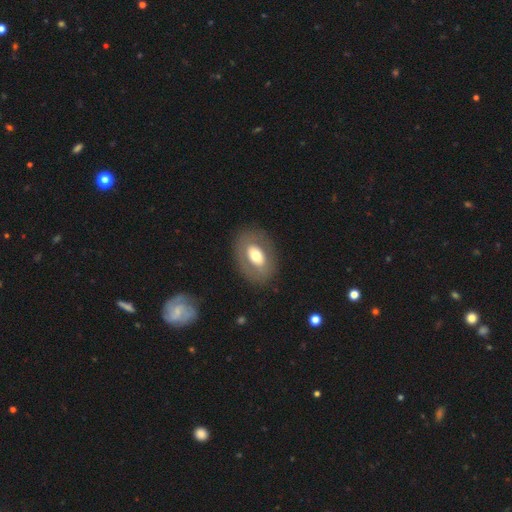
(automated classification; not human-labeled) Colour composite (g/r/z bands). It shows a smooth galaxy with no disk features (53%) that is in between round and cigar-shaped (81%). Merging: none (82%).